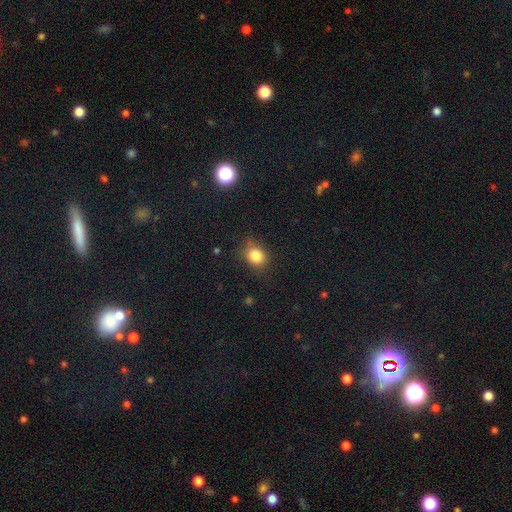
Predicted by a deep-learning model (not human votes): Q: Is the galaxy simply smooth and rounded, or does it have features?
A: smooth — 82%.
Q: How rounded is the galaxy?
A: round — 63%.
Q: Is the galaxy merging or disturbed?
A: none — 73%.